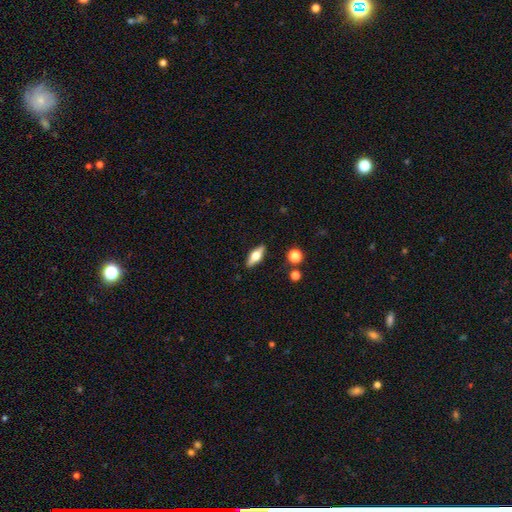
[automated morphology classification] The model was most divided on "smooth or featured": smooth: 47%, featured or disk: 46%, star or artifact: 7%. More confident: merging — none (88%).